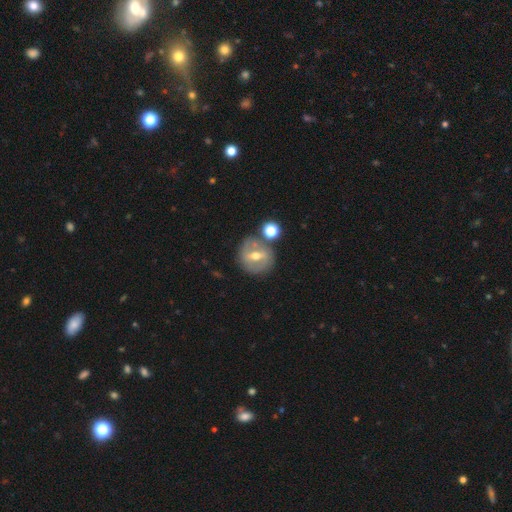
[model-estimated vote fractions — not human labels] Overall: featured or disk (59%; smooth 32%). Edge-on disk: no (92%). Bar: strong (42%; weak 41%). Spiral arms: no (62%; yes 38%). Bulge size: moderate (73%). Merging: none (72%).